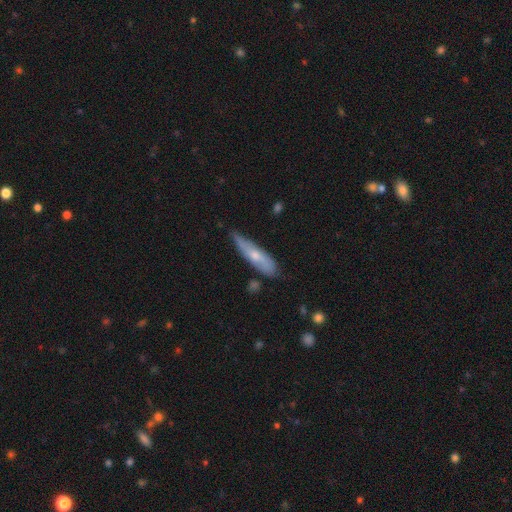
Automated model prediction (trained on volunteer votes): smooth_or_featured: smooth (p=0.50) [alt: featured or disk p=0.45]
merging: none (p=0.63) [alt: minor disturbance p=0.29]